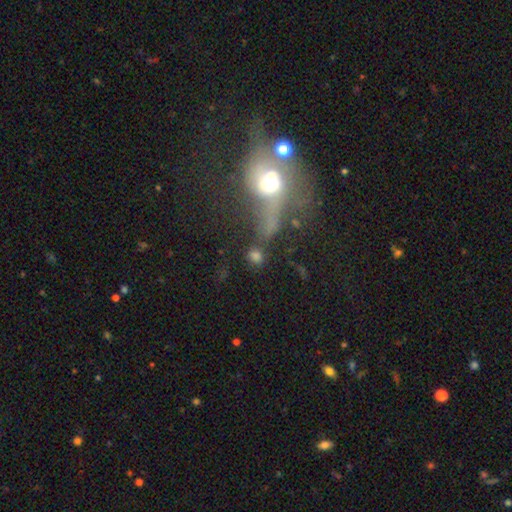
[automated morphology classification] This appears to be a smooth galaxy with no disk features (65%) that is round (59%). Merging: none (54%).